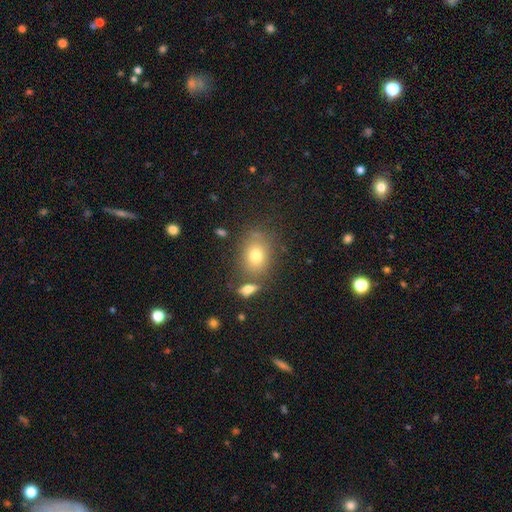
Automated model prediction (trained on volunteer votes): This appears to be a smooth galaxy with no disk features (75%) that is in between round and cigar-shaped (64%). Merging: none (69%).